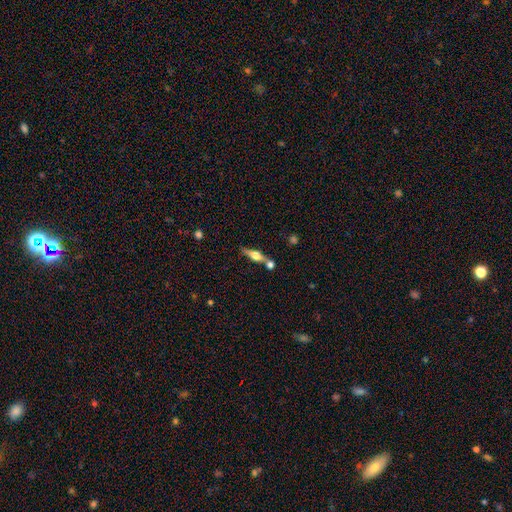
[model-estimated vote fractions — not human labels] Smooth or featured? featured or disk (63%)
Edge-on disk? yes (95%)
Edge-on bulge? rounded (93%)
Merging? none (68%)